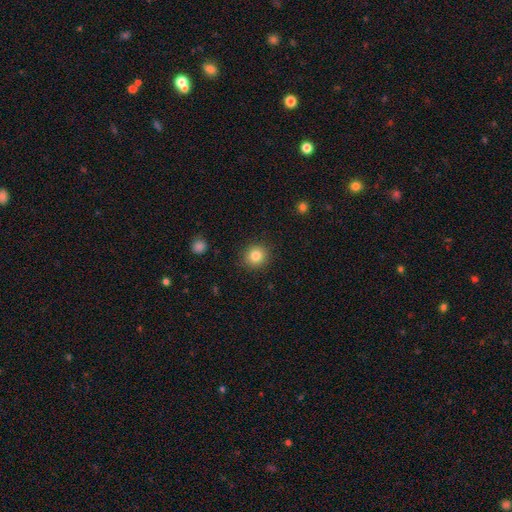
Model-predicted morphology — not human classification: smooth_or_featured: smooth (p=0.83) [alt: star or artifact p=0.10]
how_rounded: round (p=0.91) [alt: in between p=0.08]
merging: none (p=0.90) [alt: minor disturbance p=0.07]